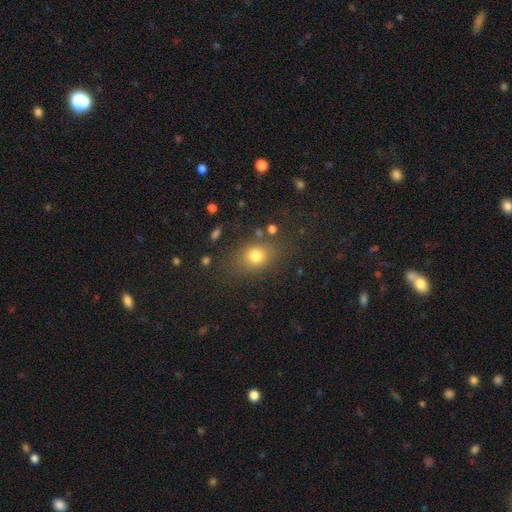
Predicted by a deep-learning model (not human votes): This appears to be a smooth galaxy with no disk features (77%) that is in between round and cigar-shaped (53%). Merging: none (74%).